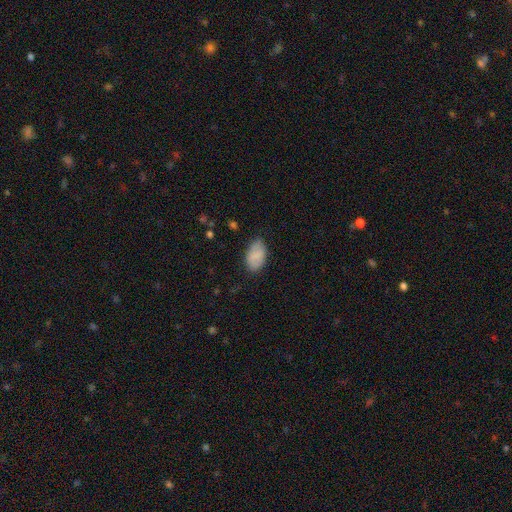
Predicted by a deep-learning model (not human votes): Smooth or featured? Predicted: smooth (p=0.83). How rounded? Predicted: in between (p=0.93). Merging? Predicted: none (p=0.74).